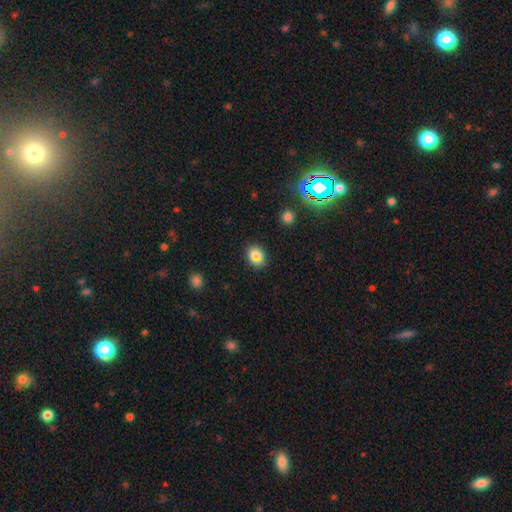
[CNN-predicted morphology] The model was most divided on "how rounded": round: 51%, in between: 48%, cigar-shaped: 1%. More confident: smooth or featured — smooth (82%); merging — none (79%).